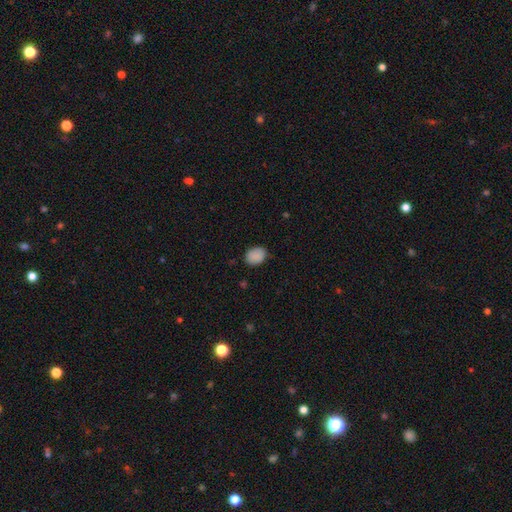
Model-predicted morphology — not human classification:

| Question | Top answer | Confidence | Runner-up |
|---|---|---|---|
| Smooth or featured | smooth | 88% | star or artifact (8%) |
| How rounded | in between | 63% | round (36%) |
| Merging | none | 80% | minor disturbance (16%) |